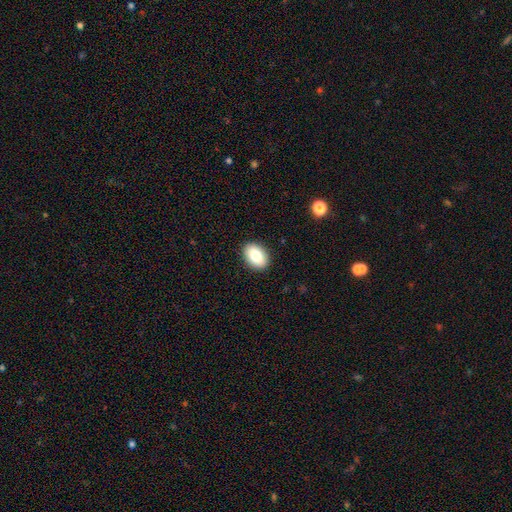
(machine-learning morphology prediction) This appears to be a smooth galaxy with no disk features (83%) that is in between round and cigar-shaped (82%). Merging: none (90%).